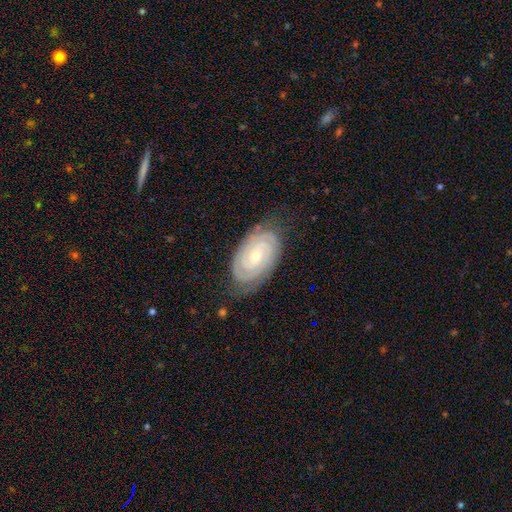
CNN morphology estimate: The model was most divided on "bar": no: 60%, weak: 31%, strong: 9%. More confident: spiral arms — yes (98%); edge-on disk — no (96%); smooth or featured — featured or disk (86%); spiral winding — tight (80%); merging — none (78%); bulge size — small (66%); spiral arm count — 2 (62%).